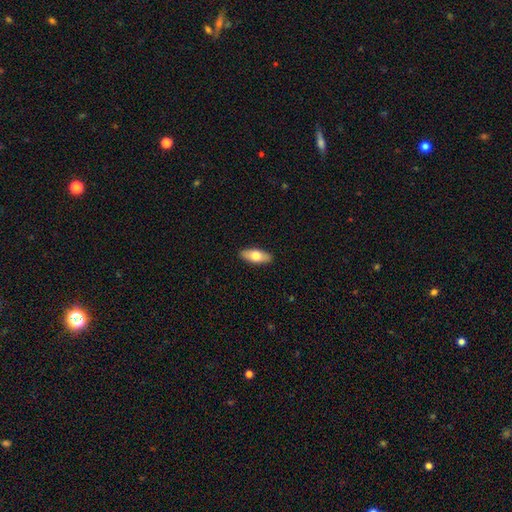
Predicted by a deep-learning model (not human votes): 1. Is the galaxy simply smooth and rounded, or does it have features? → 69% smooth, 25% featured or disk, 6% star or artifact.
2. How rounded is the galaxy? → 81% in between, 16% cigar-shaped, 3% round.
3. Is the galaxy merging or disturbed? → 90% none, 7% minor disturbance, 2% major disturbance, 1% merger.